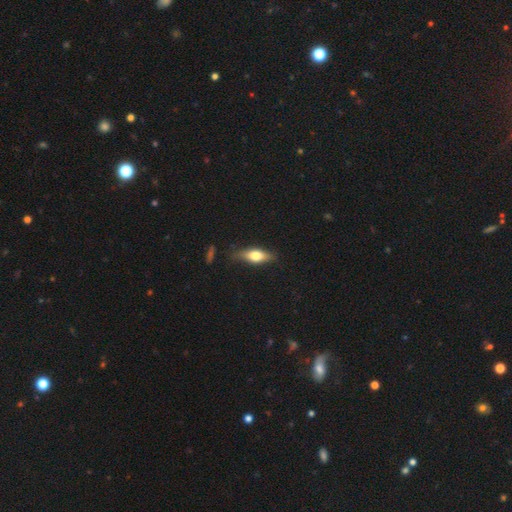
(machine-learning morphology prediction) Smooth or featured? Predicted: smooth (p=0.59). How rounded? Predicted: in between (p=0.62). Merging? Predicted: none (p=0.79).